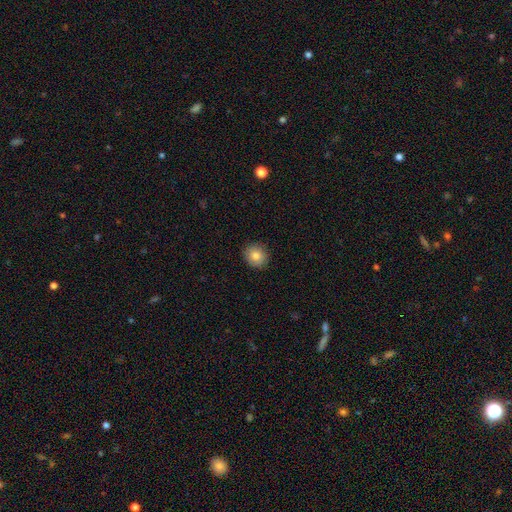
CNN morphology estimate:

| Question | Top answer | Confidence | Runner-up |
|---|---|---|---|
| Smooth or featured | smooth | 83% | star or artifact (9%) |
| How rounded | round | 83% | in between (16%) |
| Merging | none | 90% | minor disturbance (8%) |